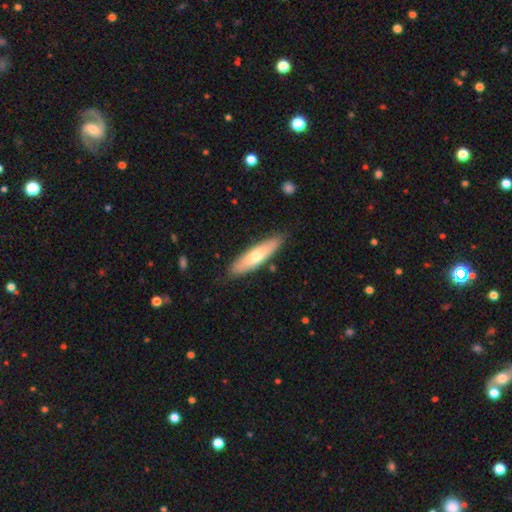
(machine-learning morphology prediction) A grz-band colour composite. It shows a smooth galaxy with no disk features (60%) that is cigar-shaped (66%). Merging: none (85%).